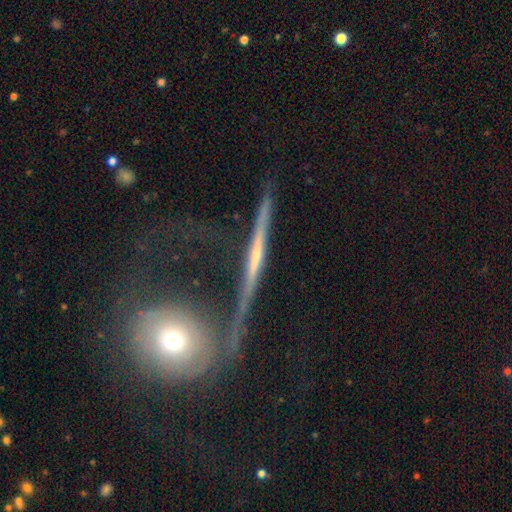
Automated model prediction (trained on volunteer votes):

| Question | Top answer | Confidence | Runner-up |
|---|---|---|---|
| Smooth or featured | featured or disk | 68% | smooth (21%) |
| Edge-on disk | yes | 88% | no (12%) |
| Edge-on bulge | none | 57% | rounded (29%) |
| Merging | none | 58% | minor disturbance (17%) |